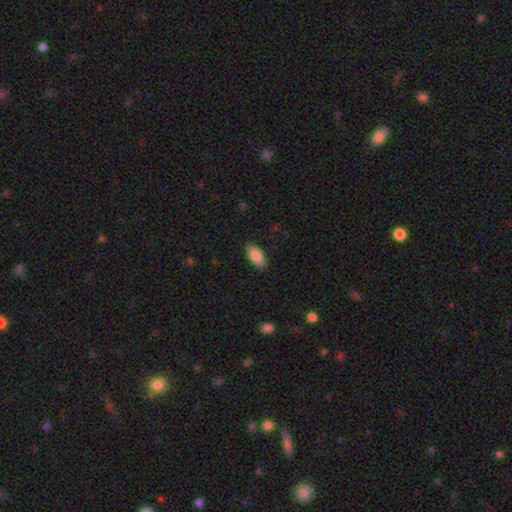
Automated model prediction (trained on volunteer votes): The model was most divided on "merging": none: 87%, minor disturbance: 10%, major disturbance: 2%, merger: 1%. More confident: how rounded — in between (90%); smooth or featured — smooth (87%).